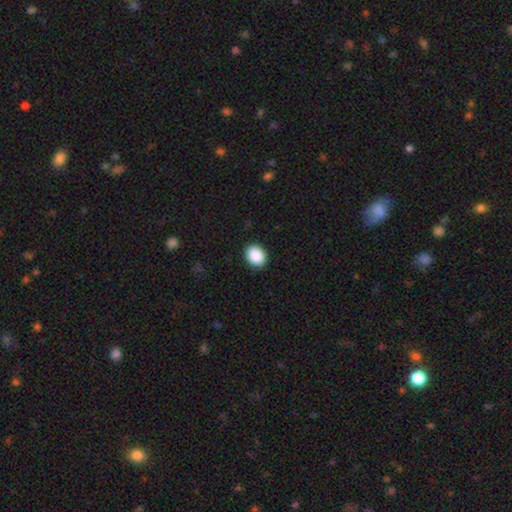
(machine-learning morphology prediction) Overall: smooth (90%). How rounded: in between (50%; round 49%). Merging: none (90%).